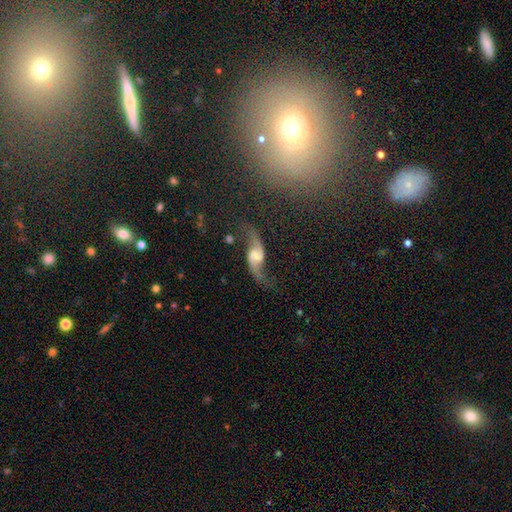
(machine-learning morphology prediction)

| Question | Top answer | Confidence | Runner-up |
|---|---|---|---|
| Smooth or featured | featured or disk | 87% | smooth (7%) |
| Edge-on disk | no | 96% | yes (4%) |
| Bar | no | 45% | weak (42%) |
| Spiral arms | yes | 97% | no (3%) |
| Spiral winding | loose | 90% | medium (8%) |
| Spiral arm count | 2 | 94% | 1 (2%) |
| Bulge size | none | 33% | small (23%) |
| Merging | none | 70% | minor disturbance (15%) |